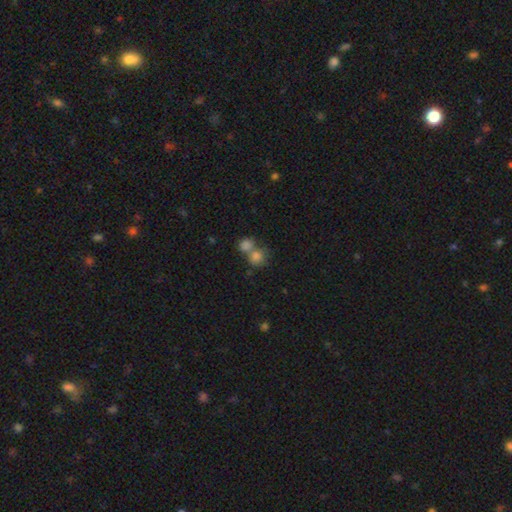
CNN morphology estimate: This is likely a smooth galaxy (78%). How rounded: likely round (78%). Merging: possibly merger (52%).